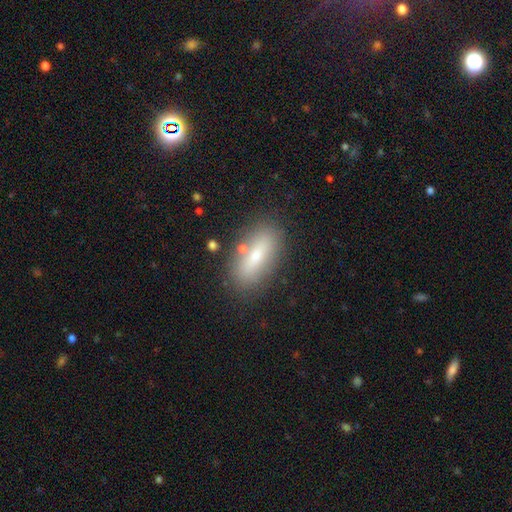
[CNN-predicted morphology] This appears to be a smooth galaxy with no disk features (66%) that is in between round and cigar-shaped (68%). Merging: none (80%).